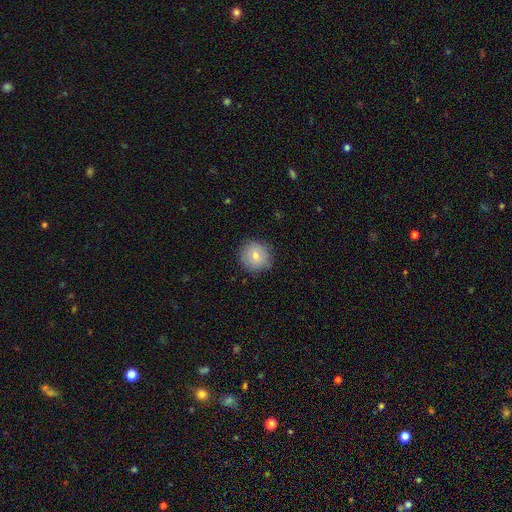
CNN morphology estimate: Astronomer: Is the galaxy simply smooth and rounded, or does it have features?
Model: smooth — 77%.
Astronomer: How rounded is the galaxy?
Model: round — 92%.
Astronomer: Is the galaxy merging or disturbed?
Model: none — 85%.